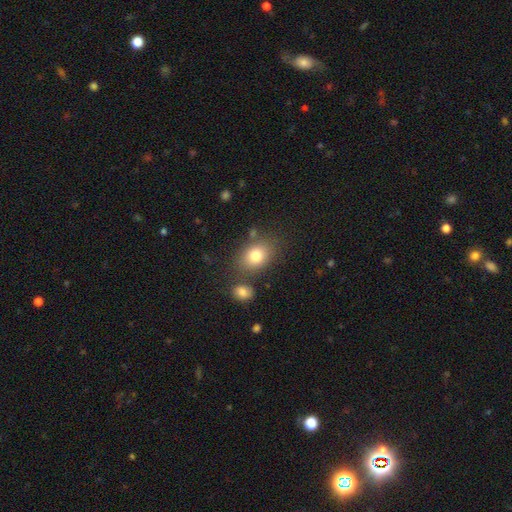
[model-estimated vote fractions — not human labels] Smooth or featured? smooth (79%)
How rounded? in between (63%)
Merging? none (72%)